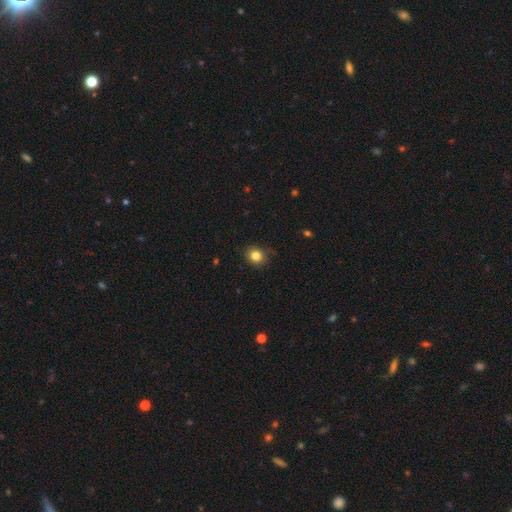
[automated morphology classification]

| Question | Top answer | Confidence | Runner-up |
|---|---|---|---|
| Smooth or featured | smooth | 83% | star or artifact (11%) |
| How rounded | round | 78% | in between (21%) |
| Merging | none | 82% | minor disturbance (14%) |